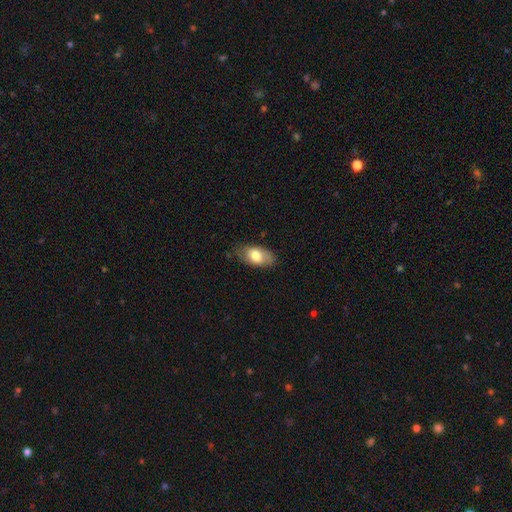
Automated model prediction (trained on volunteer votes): A smooth galaxy with no disk features (74%) that is in between round and cigar-shaped (92%). Merging: none (75%).